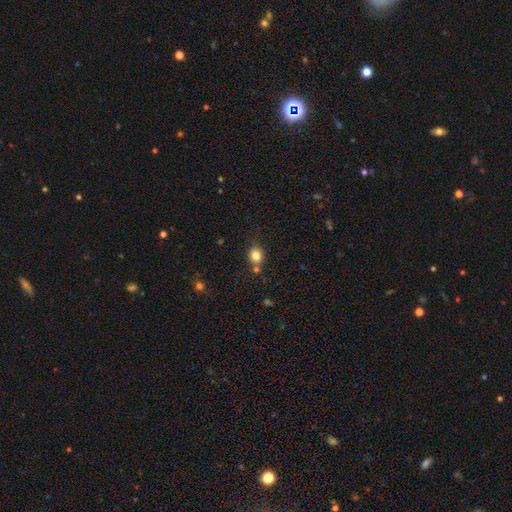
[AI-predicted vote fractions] The model was most divided on "how rounded": round: 70%, in between: 29%, cigar-shaped: 1%. More confident: smooth or featured — smooth (82%); merging — none (68%).